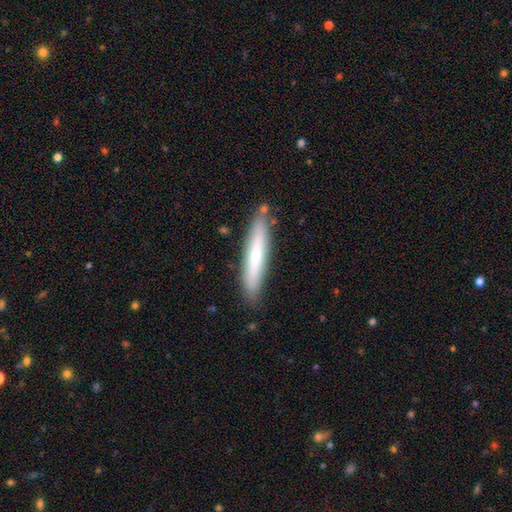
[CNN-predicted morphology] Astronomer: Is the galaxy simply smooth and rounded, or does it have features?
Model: smooth — 58% (runner-up: featured or disk, 36%).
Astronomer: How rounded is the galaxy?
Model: cigar-shaped — 91%.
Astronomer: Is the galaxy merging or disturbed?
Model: none — 84%.